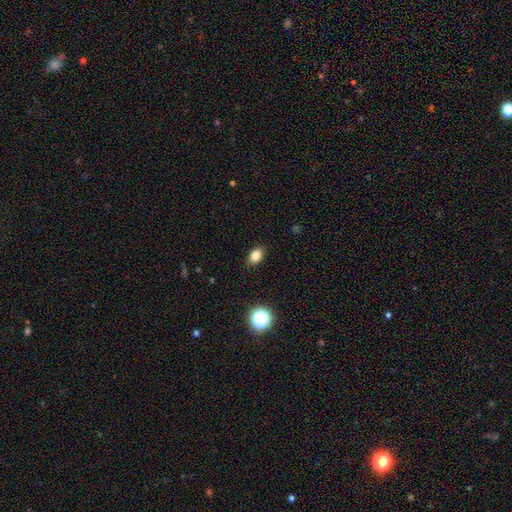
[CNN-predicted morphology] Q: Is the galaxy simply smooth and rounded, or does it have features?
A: smooth — 83%.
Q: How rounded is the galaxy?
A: in between — 77%.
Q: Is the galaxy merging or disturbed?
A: none — 87%.